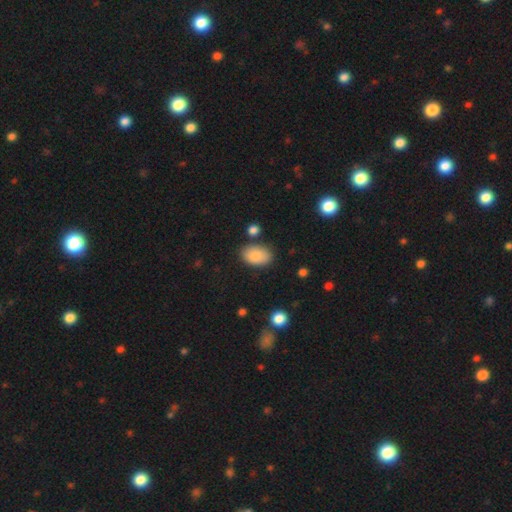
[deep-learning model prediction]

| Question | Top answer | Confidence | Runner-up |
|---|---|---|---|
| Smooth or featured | smooth | 85% | featured or disk (8%) |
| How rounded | in between | 90% | round (9%) |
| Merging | none | 77% | minor disturbance (15%) |